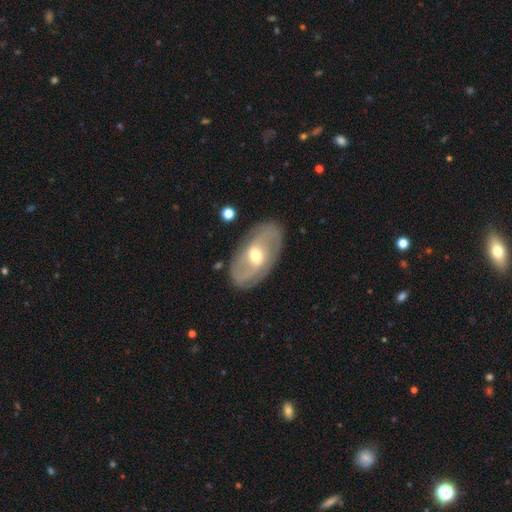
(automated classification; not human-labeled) Smooth or featured?
  - featured or disk: 72% *
  - smooth: 22%
  - star or artifact: 6%
Edge-on disk?
  - no: 93% *
  - yes: 7%
Bar?
  - weak: 49% *
  - no: 30%
  - strong: 21%
Spiral arms?
  - yes: 77% *
  - no: 23%
Spiral winding?
  - medium: 42% *
  - tight: 31%
  - loose: 27%
Spiral arm count?
  - 2: 75% *
  - can't tell: 16%
  - 1: 3%
  - 3: 3%
  - 4: 1%
  - more than 4: 1%
Bulge size?
  - moderate: 63% *
  - small: 29%
  - large: 5%
  - none: 1%
  - dominant: 1%
Merging?
  - none: 82% *
  - minor disturbance: 12%
  - major disturbance: 4%
  - merger: 2%